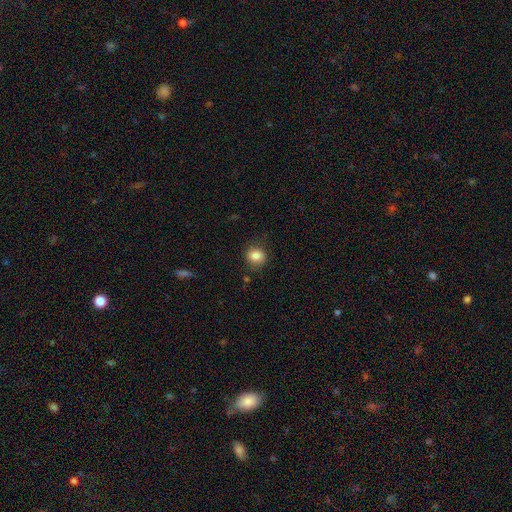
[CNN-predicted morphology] The model was most divided on "how rounded": round: 74%, in between: 25%, cigar-shaped: 1%. More confident: smooth or featured — smooth (84%); merging — none (82%).